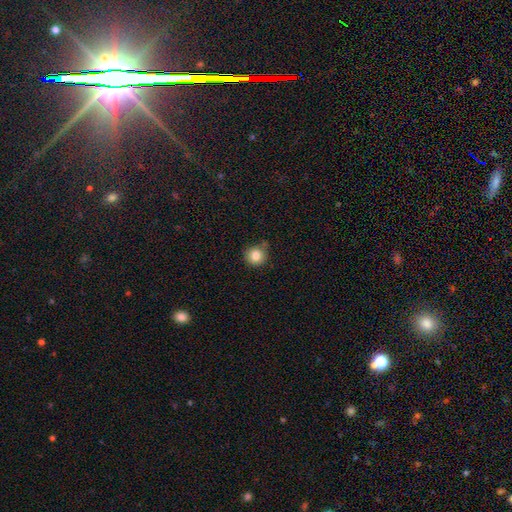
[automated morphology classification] type=smooth (83%); roundness=round (94%); merging=none (78%).